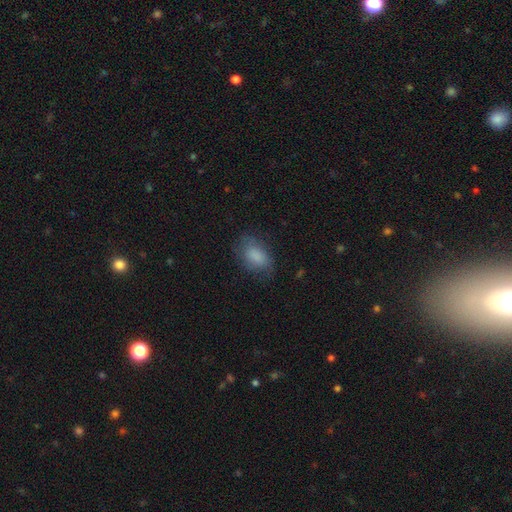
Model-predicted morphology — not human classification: A smooth galaxy with no disk features (78%) that is in between round and cigar-shaped (86%). Merging: none (65%).